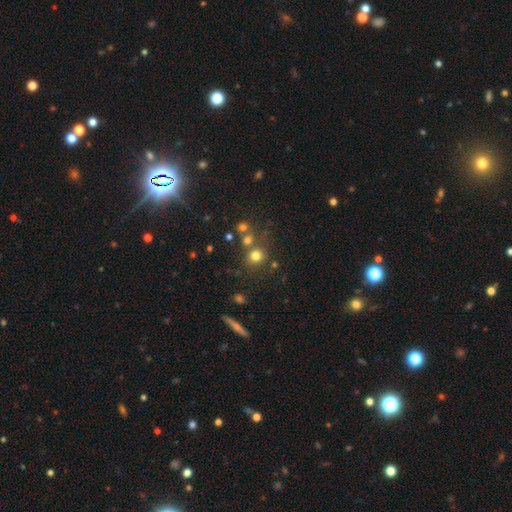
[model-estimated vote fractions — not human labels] This is likely a smooth galaxy (74%). How rounded: clearly round (86%). Merging: likely none (66%).